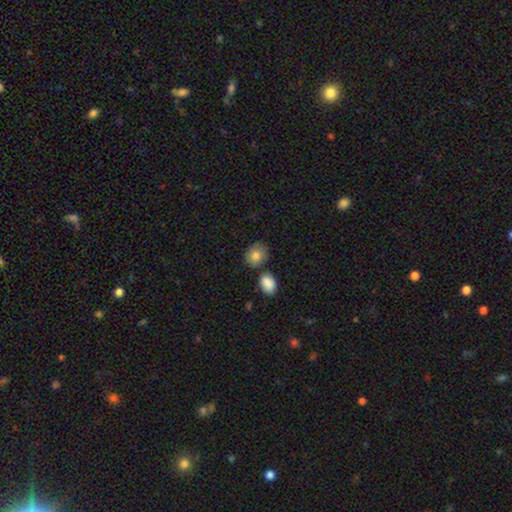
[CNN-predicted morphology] The model was most divided on "how rounded": round: 53%, in between: 46%, cigar-shaped: 1%. More confident: smooth or featured — smooth (83%); merging — none (67%).